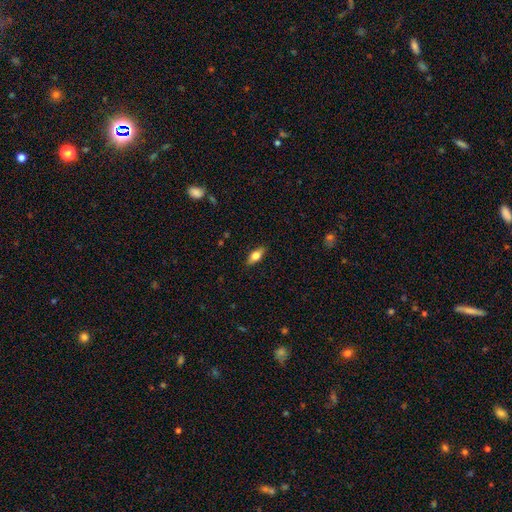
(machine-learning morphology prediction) A smooth galaxy with no disk features (68%) that is in between round and cigar-shaped (79%).

Vote fractions:
- Smooth or featured? smooth: 68% / featured or disk: 25% / star or artifact: 7%
- How rounded? in between: 79% / cigar-shaped: 18% / round: 3%
- Merging? none: 87% / minor disturbance: 9% / major disturbance: 2% / merger: 1%